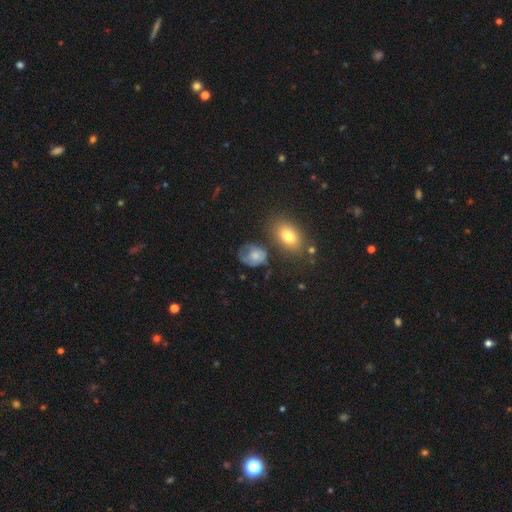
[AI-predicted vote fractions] The model was most divided on "merging": none: 38%, minor disturbance: 32%, major disturbance: 23%, merger: 7%. More confident: smooth or featured — smooth (65%); how rounded — in between (56%).